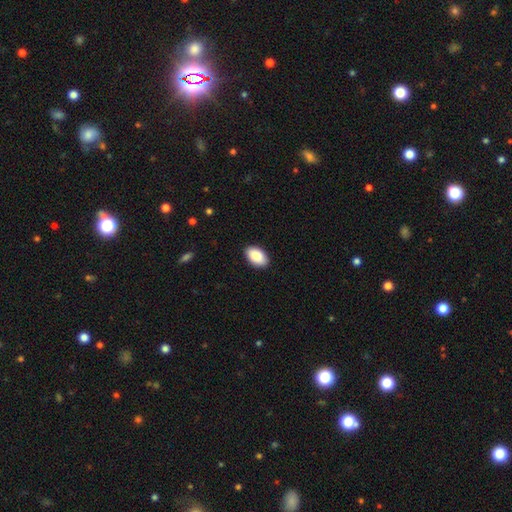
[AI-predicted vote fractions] smooth 89%, star or artifact 6%, featured or disk 5%. Down the decision tree: how rounded — in between (94%); merging — none (89%).